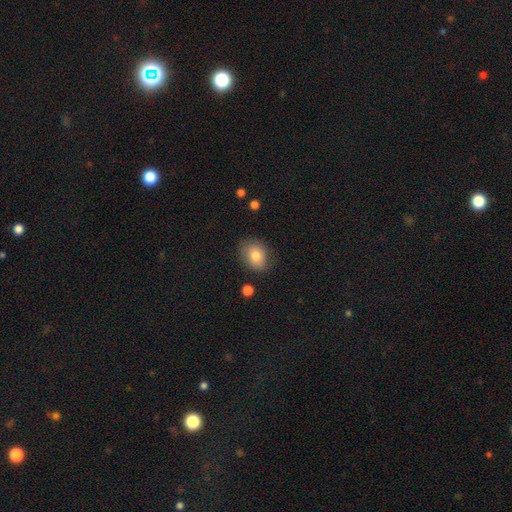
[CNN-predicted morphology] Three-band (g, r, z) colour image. It shows a smooth galaxy with no disk features (78%) that is in between round and cigar-shaped (55%). Merging: none (77%).